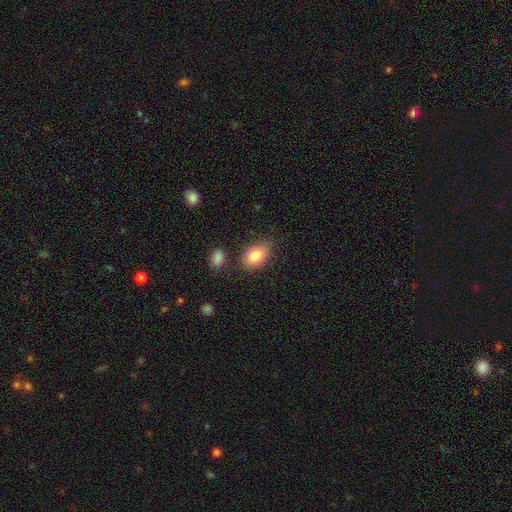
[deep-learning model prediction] Smooth or featured? Predicted: smooth (p=0.82). How rounded? Predicted: in between (p=0.84). Merging? Predicted: none (p=0.78).